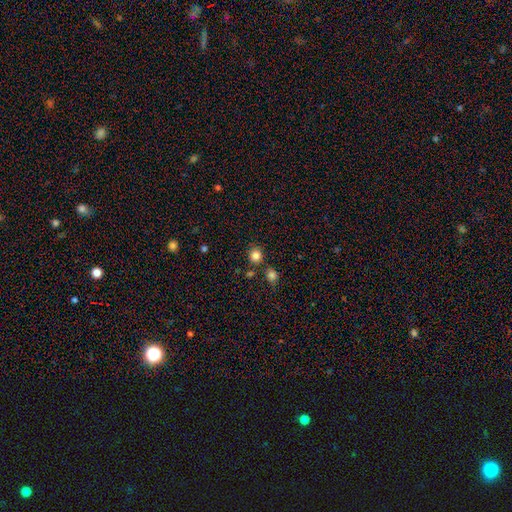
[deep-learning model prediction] This appears to be a smooth galaxy with no disk features (83%) that is round (85%). Merging: none (77%).